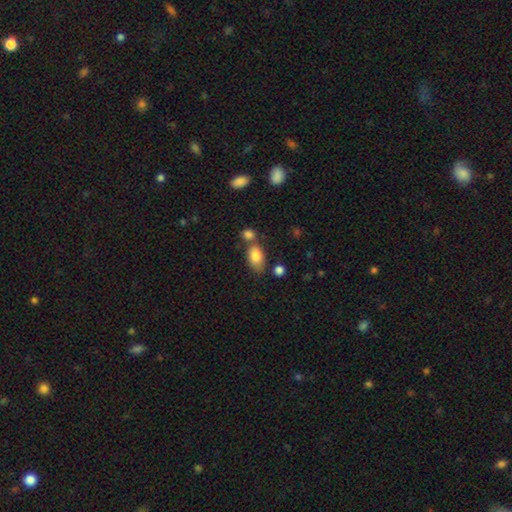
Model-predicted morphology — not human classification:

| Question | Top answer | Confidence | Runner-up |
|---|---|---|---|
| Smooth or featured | smooth | 83% | featured or disk (9%) |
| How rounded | in between | 90% | round (8%) |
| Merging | none | 55% | merger (24%) |